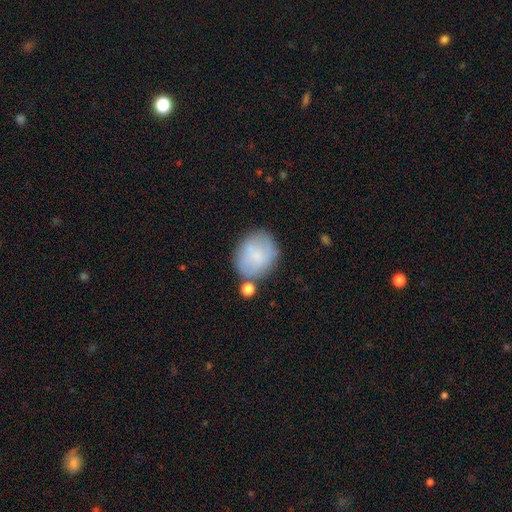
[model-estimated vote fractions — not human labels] This appears to be a smooth galaxy with no disk features (71%) that is in between round and cigar-shaped (51%). Merging: none (61%).